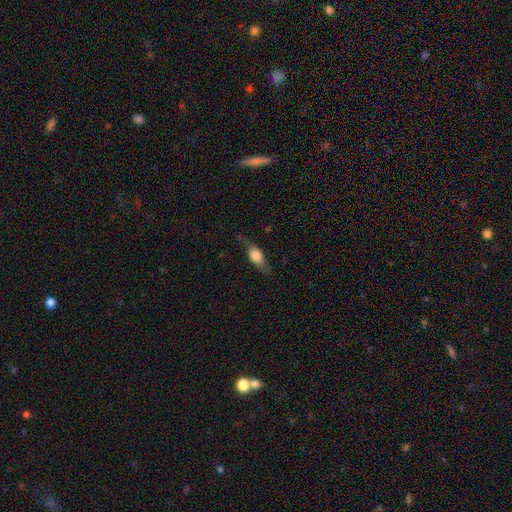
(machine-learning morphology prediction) smooth-or-featured: smooth: 62% | featured or disk: 30% | star or artifact: 8%
  how-rounded: in between: 73% | cigar-shaped: 19% | round: 8%
  merging: none: 65% | minor disturbance: 23% | major disturbance: 10% | merger: 2%